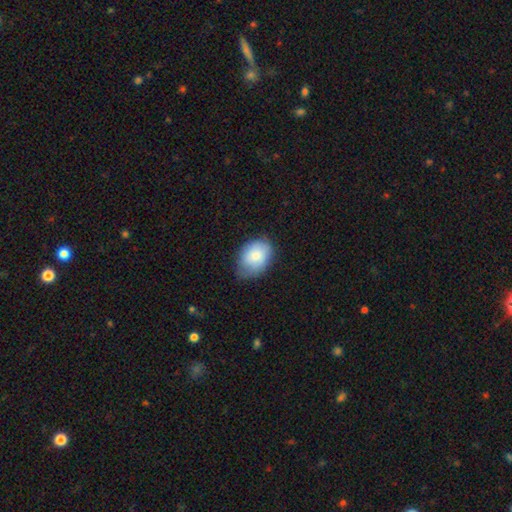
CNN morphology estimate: Smooth or featured? smooth (79%)
How rounded? in between (75%)
Merging? none (56%)